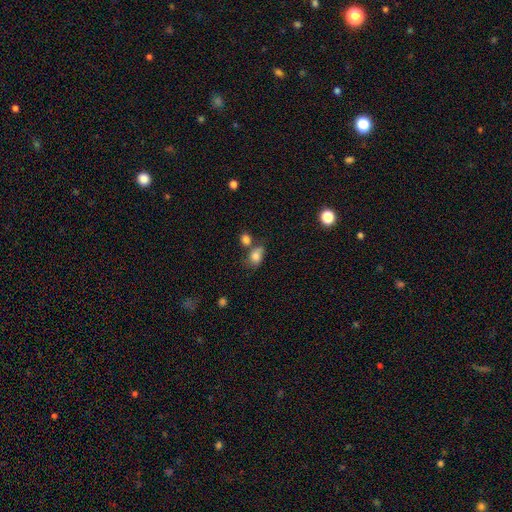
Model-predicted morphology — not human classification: The model was most divided on "merging": none: 44%, merger: 27%, minor disturbance: 20%, major disturbance: 9%. More confident: smooth or featured — smooth (77%); how rounded — in between (67%).